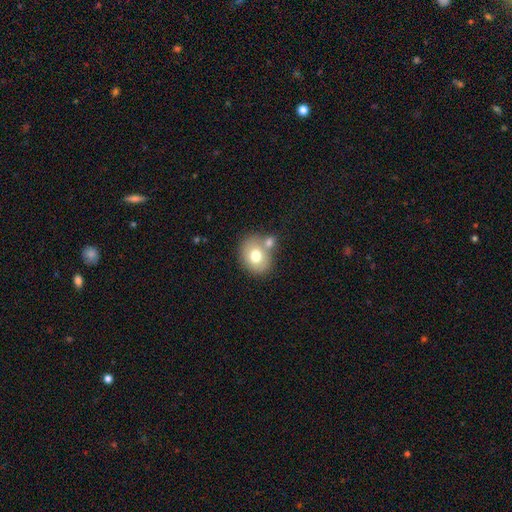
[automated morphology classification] This is likely a smooth galaxy (72%). How rounded: likely round (61%). Merging: possibly none (53%).